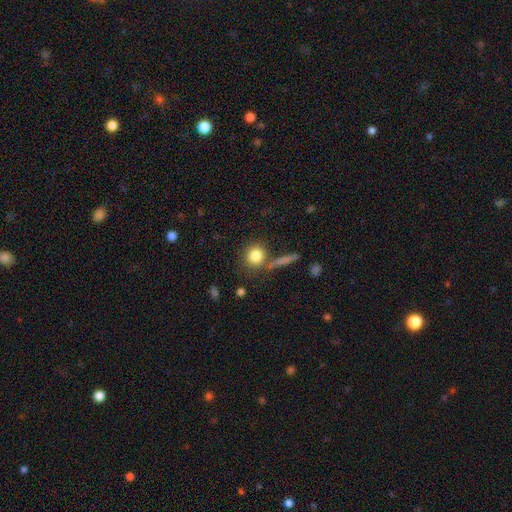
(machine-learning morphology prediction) This is clearly a smooth galaxy (82%). How rounded: clearly round (87%). Merging: likely none (72%).